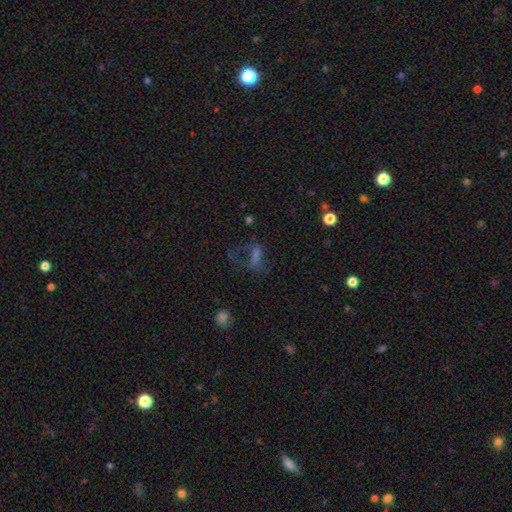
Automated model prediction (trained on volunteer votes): smooth_or_featured: smooth (p=0.40) [alt: star or artifact p=0.32]
merging: none (p=0.40) [alt: major disturbance p=0.38]